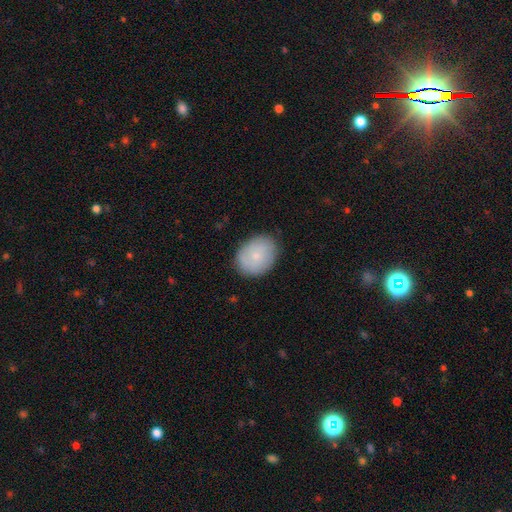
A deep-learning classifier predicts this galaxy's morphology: This is likely a smooth galaxy (75%). How rounded: possibly in between (59%). Merging: clearly none (82%).